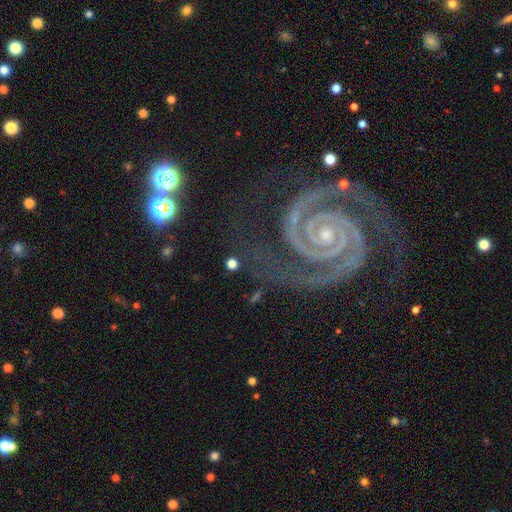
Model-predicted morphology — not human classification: Q: Smooth or featured?
A: featured or disk (94%); runner-up: star or artifact (5%)
Q: Edge-on disk?
A: no (98%); runner-up: yes (2%)
Q: Bar?
A: no (69%); runner-up: weak (19%)
Q: Spiral arms?
A: yes (99%); runner-up: no (1%)
Q: Spiral winding?
A: tight (79%); runner-up: medium (19%)
Q: Spiral arm count?
A: 2 (92%); runner-up: 3 (3%)
Q: Bulge size?
A: small (83%); runner-up: moderate (12%)
Q: Merging?
A: none (78%); runner-up: minor disturbance (15%)